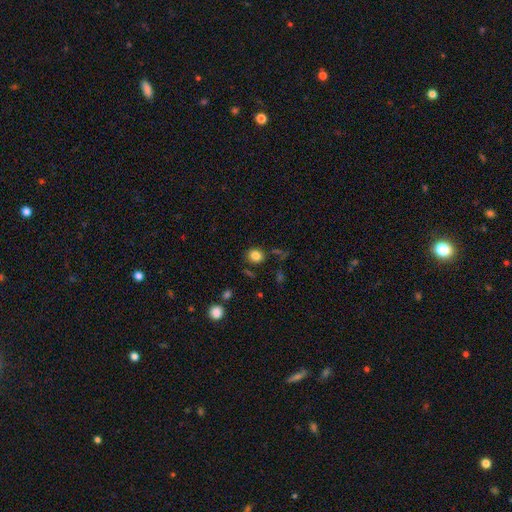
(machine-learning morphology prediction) Smooth or featured? Predicted: smooth (p=0.82). How rounded? Predicted: round (p=0.67). Merging? Predicted: none (p=0.79).